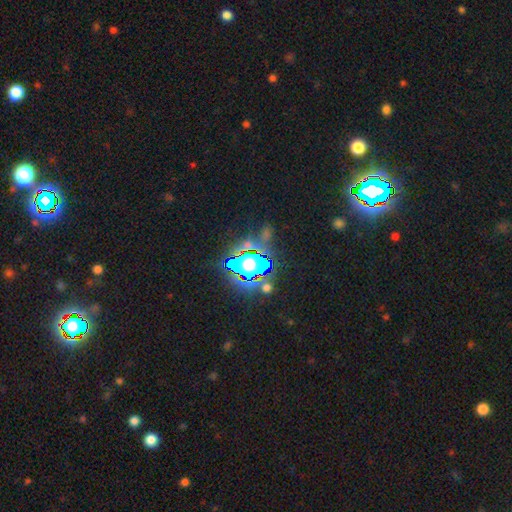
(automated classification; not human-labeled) smooth_or_featured: star or artifact (p=0.84) [alt: smooth p=0.09]